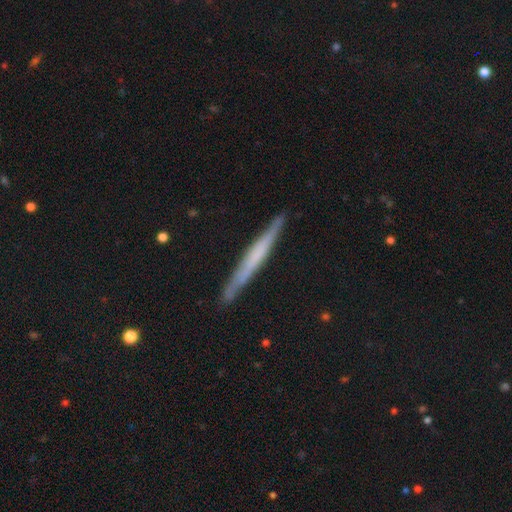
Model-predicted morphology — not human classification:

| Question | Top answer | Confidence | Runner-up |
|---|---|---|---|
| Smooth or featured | featured or disk | 55% | smooth (39%) |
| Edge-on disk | yes | 96% | no (4%) |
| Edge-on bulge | none | 69% | boxy (16%) |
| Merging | none | 88% | minor disturbance (9%) |